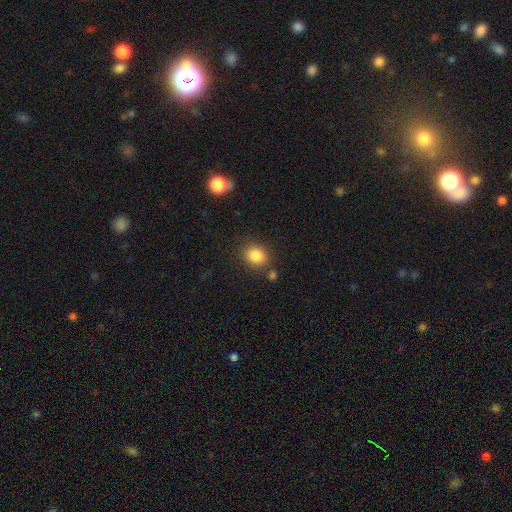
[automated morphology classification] The model was most divided on "how rounded": round: 62%, in between: 37%, cigar-shaped: 1%. More confident: smooth or featured — smooth (85%); merging — none (79%).